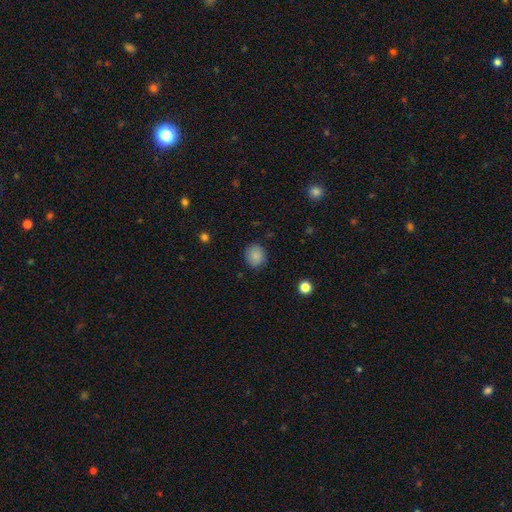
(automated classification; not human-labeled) Smooth or featured? Predicted: smooth (p=0.85). How rounded? Predicted: round (p=0.82). Merging? Predicted: none (p=0.86).